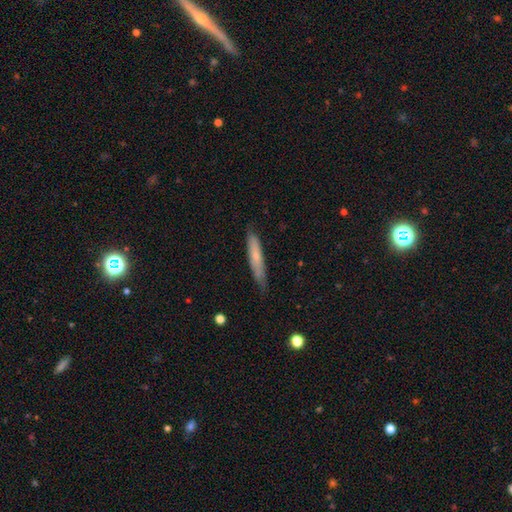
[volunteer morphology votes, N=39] smooth-or-featured: smooth: 67% | featured or disk: 31% | star or artifact: 3%
  how-rounded: cigar-shaped: 88% | in between: 8% | round: 4%
  merging: none: 76% | minor disturbance: 13% | major disturbance: 5% | merger: 5%